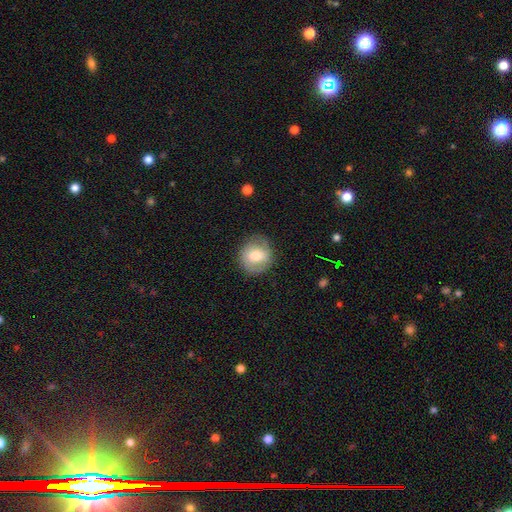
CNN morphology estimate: Q: Smooth or featured?
A: smooth (54%); runner-up: featured or disk (39%)
Q: How rounded?
A: round (81%); runner-up: in between (18%)
Q: Merging?
A: none (79%); runner-up: minor disturbance (15%)